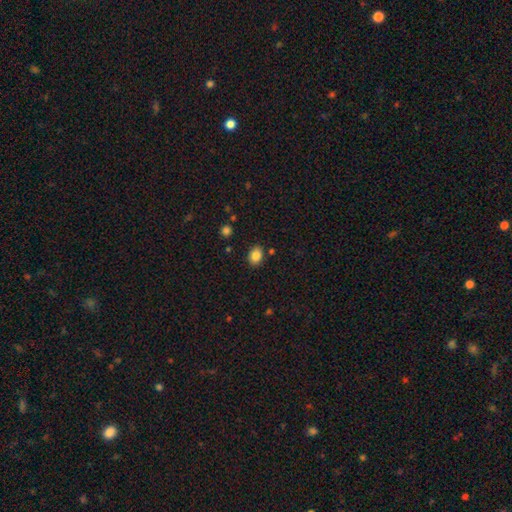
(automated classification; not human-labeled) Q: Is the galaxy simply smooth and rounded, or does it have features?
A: smooth — 85%.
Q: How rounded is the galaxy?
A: in between — 66%.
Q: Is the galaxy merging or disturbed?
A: none — 85%.